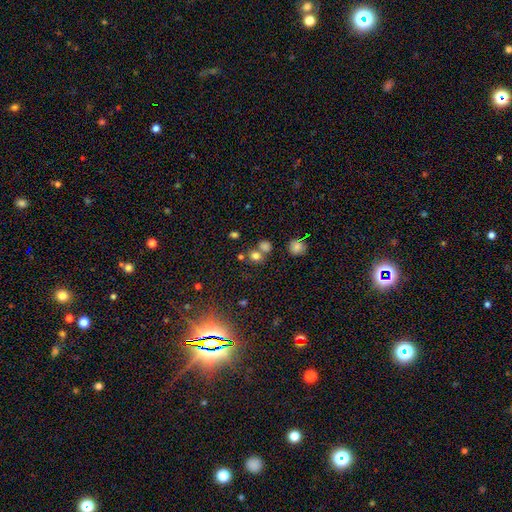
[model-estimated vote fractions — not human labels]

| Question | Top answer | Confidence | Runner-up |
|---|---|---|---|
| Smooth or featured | smooth | 73% | star or artifact (19%) |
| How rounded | round | 71% | in between (28%) |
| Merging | none | 55% | merger (32%) |